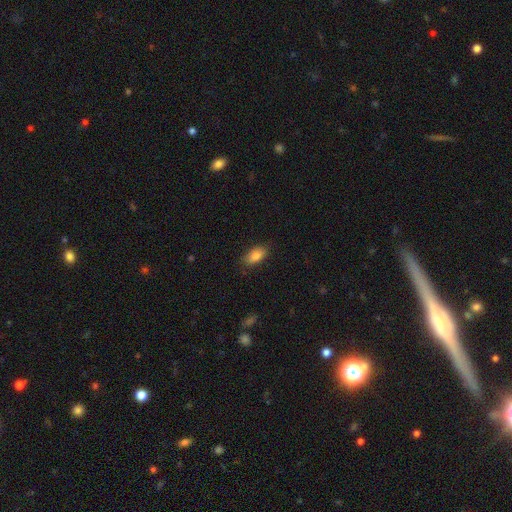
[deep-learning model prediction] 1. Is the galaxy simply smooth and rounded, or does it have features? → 86% smooth, 7% star or artifact, 7% featured or disk.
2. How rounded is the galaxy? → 91% in between, 5% cigar-shaped, 4% round.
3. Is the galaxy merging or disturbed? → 84% none, 12% minor disturbance, 3% major disturbance, 1% merger.